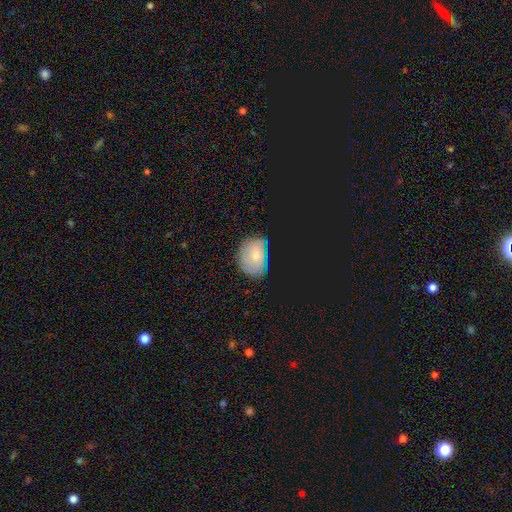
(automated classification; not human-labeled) A smooth galaxy with no disk features (38%). Merging: none (79%).